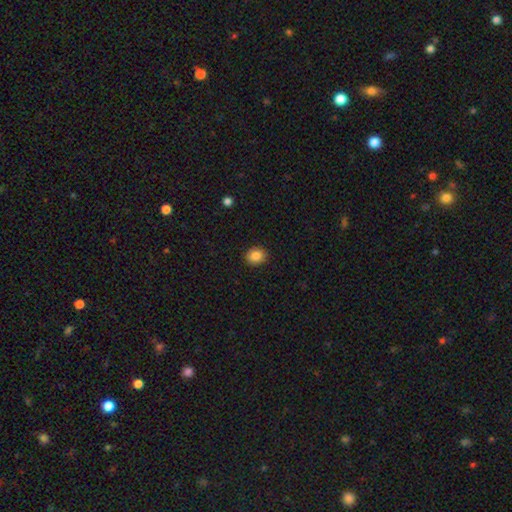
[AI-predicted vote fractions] Smooth or featured: smooth — 87% (star or artifact — 9%)
How rounded: round — 64% (in between — 35%)
Merging: none — 91% (minor disturbance — 7%)